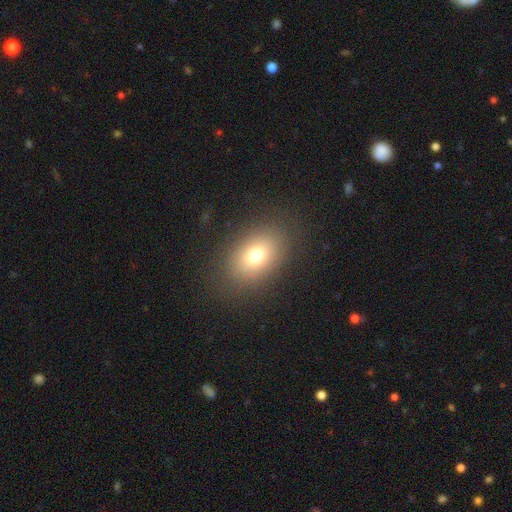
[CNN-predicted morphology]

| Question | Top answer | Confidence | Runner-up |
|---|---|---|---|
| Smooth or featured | smooth | 75% | featured or disk (13%) |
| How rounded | in between | 79% | round (19%) |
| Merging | none | 86% | minor disturbance (9%) |